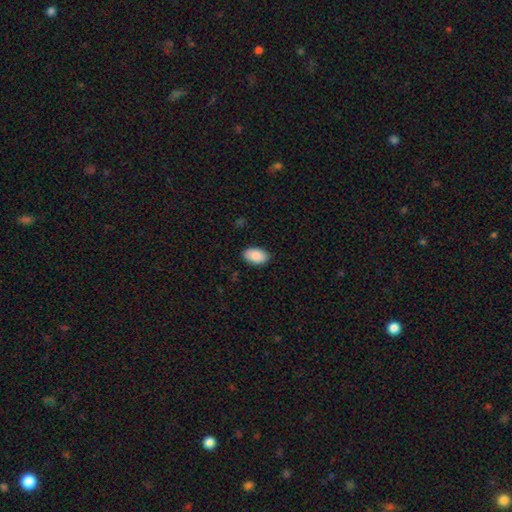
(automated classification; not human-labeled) The model was most divided on "merging": none: 88%, minor disturbance: 9%, major disturbance: 2%, merger: 1%. More confident: how rounded — in between (94%); smooth or featured — smooth (88%).